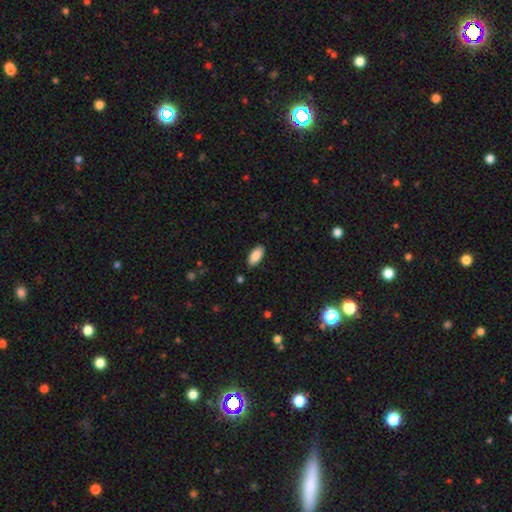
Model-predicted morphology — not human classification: smooth-or-featured: smooth: 88% | star or artifact: 6% | featured or disk: 5%
  how-rounded: in between: 90% | cigar-shaped: 8% | round: 2%
  merging: none: 88% | minor disturbance: 9% | major disturbance: 2% | merger: 1%